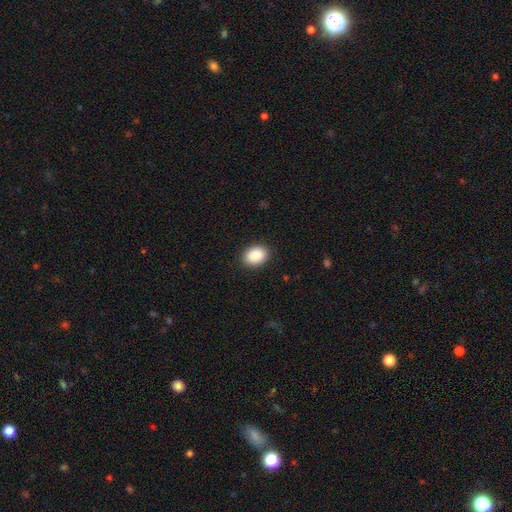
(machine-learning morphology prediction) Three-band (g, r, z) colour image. It shows a smooth galaxy with no disk features (89%) that is in between round and cigar-shaped (72%). Merging: none (90%).